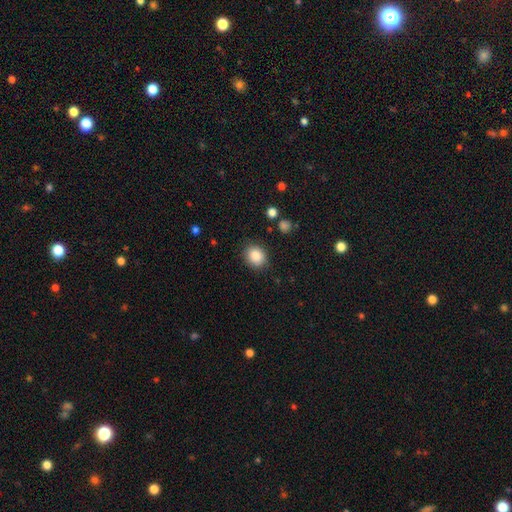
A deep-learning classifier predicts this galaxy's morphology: Overall: smooth (85%). How rounded: round (72%). Merging: none (87%).